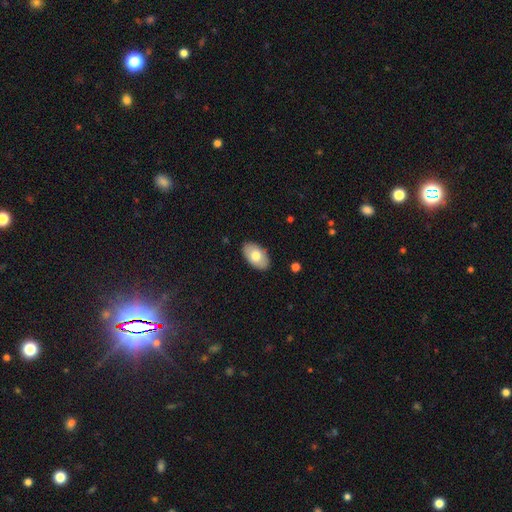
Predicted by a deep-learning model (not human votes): Smooth or featured?
  - smooth: 73% *
  - featured or disk: 21%
  - star or artifact: 6%
How rounded?
  - in between: 94% *
  - round: 5%
  - cigar-shaped: 1%
Merging?
  - none: 87% *
  - minor disturbance: 10%
  - major disturbance: 2%
  - merger: 1%